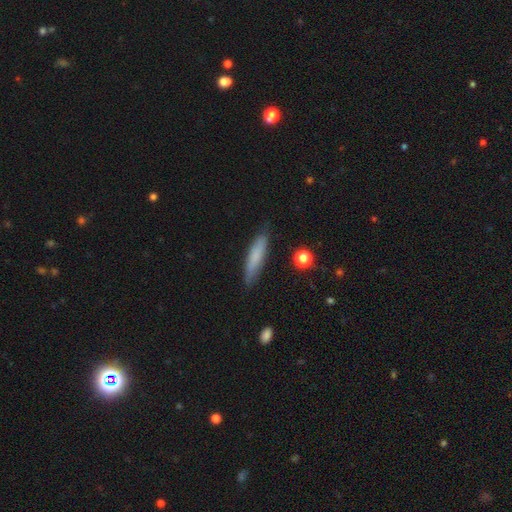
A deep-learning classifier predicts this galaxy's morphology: A smooth galaxy with no disk features (74%) that is cigar-shaped (84%).

Vote fractions:
- Smooth or featured? smooth: 74% / featured or disk: 19% / star or artifact: 7%
- How rounded? cigar-shaped: 84% / in between: 14% / round: 2%
- Merging? none: 82% / minor disturbance: 14% / major disturbance: 3% / merger: 2%